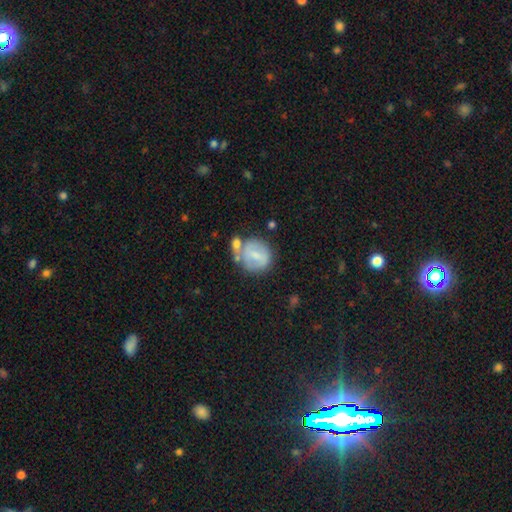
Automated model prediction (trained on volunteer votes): Smooth or featured? smooth (51%)
How rounded? round (77%)
Merging? none (48%)